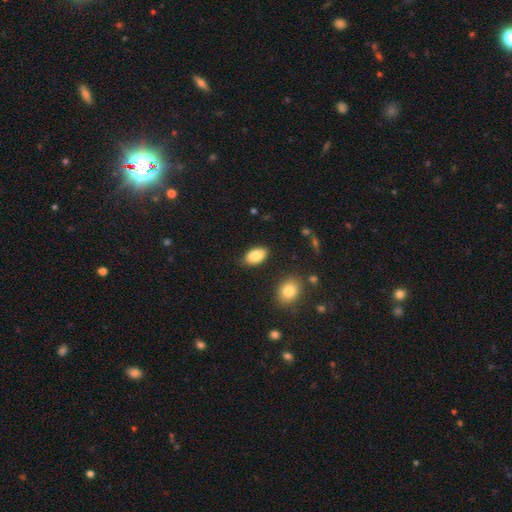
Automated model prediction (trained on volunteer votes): Smooth or featured? smooth (85%)
How rounded? in between (93%)
Merging? none (85%)